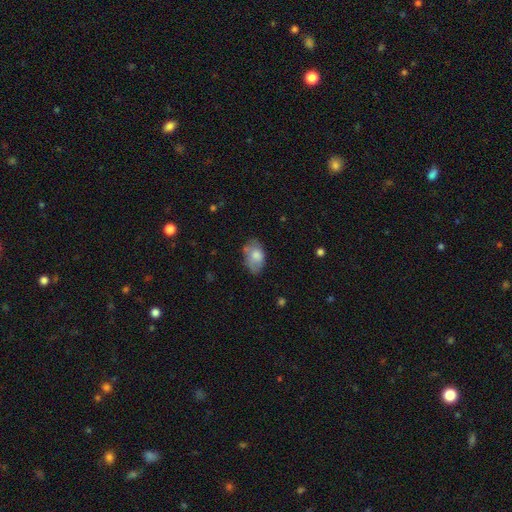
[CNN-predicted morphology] This appears to be a smooth galaxy with no disk features (72%) that is in between round and cigar-shaped (91%). Merging: none (60%).